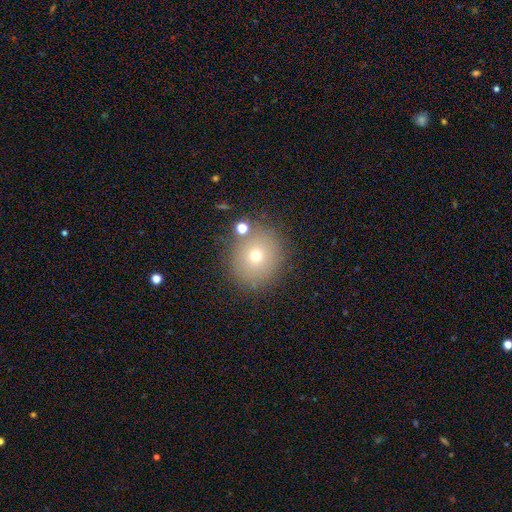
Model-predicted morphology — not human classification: This appears to be a smooth galaxy with no disk features (67%) that is round (84%). Merging: none (82%).